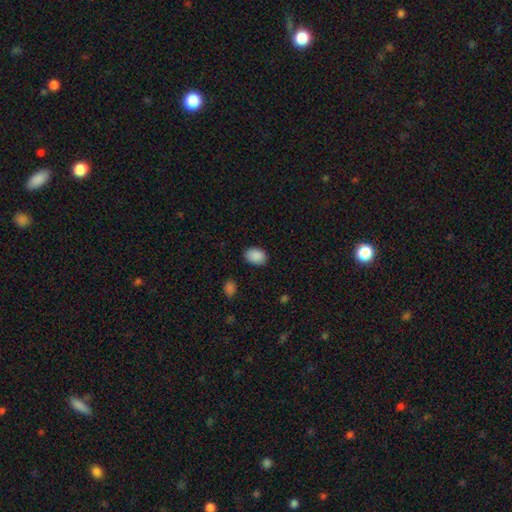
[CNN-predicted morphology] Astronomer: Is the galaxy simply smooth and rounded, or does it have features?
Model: smooth — 89%.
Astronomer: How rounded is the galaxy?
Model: in between — 78%.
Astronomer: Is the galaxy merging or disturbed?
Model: none — 85%.